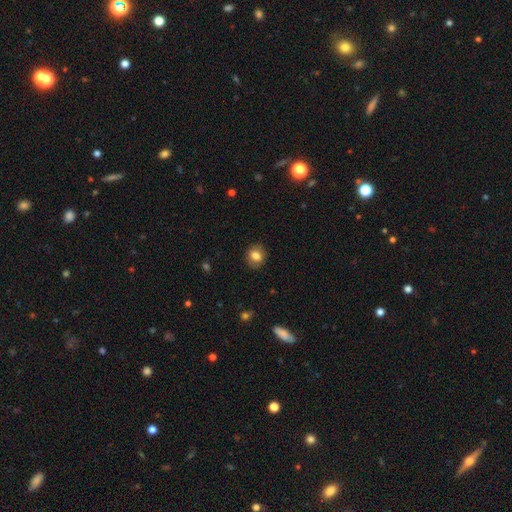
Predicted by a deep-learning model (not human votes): Smooth or featured?
  - smooth: 80% *
  - featured or disk: 12%
  - star or artifact: 9%
How rounded?
  - round: 63% *
  - in between: 36%
  - cigar-shaped: 1%
Merging?
  - none: 86% *
  - minor disturbance: 10%
  - major disturbance: 3%
  - merger: 1%